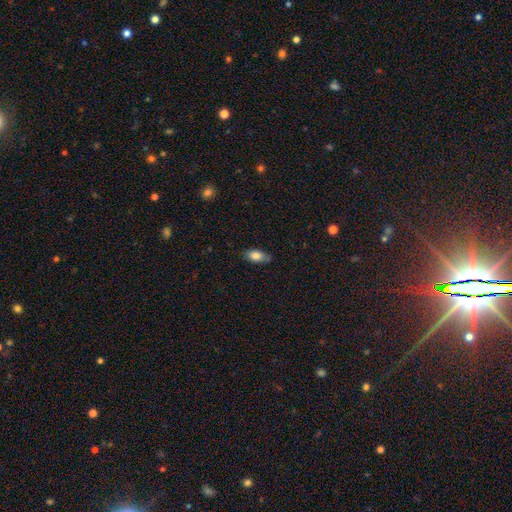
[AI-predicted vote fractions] Smooth or featured?
  - smooth: 81% *
  - featured or disk: 12%
  - star or artifact: 7%
How rounded?
  - in between: 86% *
  - cigar-shaped: 10%
  - round: 4%
Merging?
  - none: 80% *
  - minor disturbance: 16%
  - major disturbance: 3%
  - merger: 1%